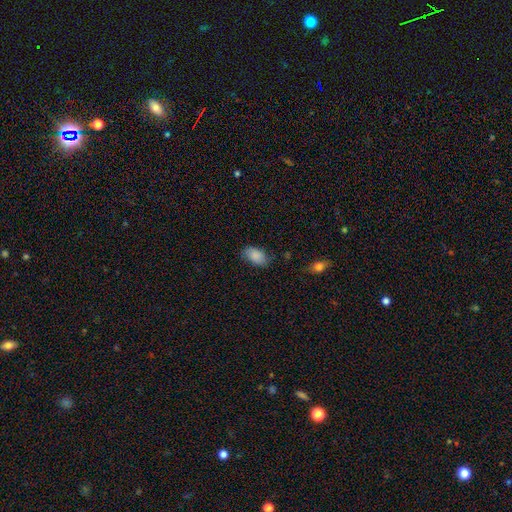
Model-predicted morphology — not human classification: The model was most divided on "merging": none: 77%, minor disturbance: 17%, major disturbance: 4%, merger: 2%. More confident: how rounded — in between (93%); smooth or featured — smooth (87%).